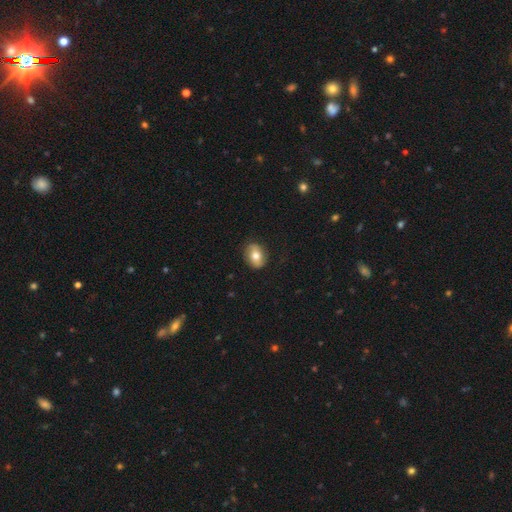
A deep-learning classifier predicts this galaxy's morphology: smooth 68%, featured or disk 24%, star or artifact 8%. Down the decision tree: how rounded — in between (63%); merging — none (84%).